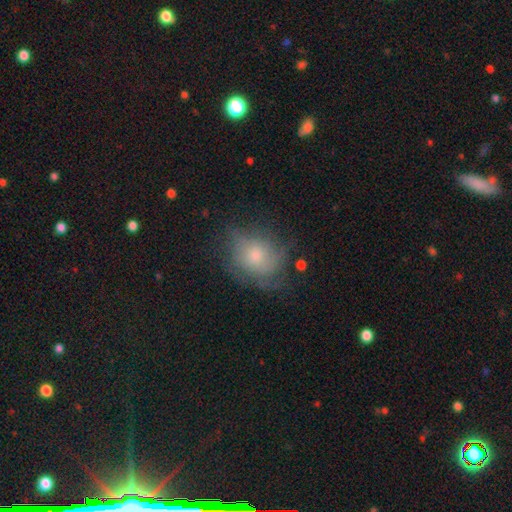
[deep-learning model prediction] A smooth galaxy with no disk features (55%) that is round (57%).

Vote fractions:
- Smooth or featured? smooth: 55% / featured or disk: 35% / star or artifact: 10%
- How rounded? round: 57% / in between: 42% / cigar-shaped: 1%
- Merging? none: 52% / minor disturbance: 28% / major disturbance: 18% / merger: 2%